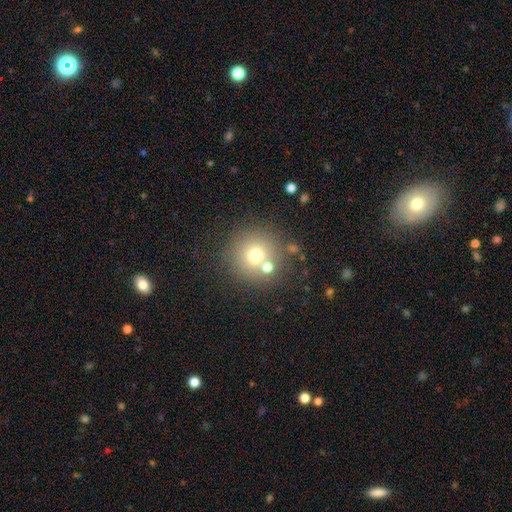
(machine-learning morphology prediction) smooth-or-featured: smooth: 68% | star or artifact: 16% | featured or disk: 16%
  how-rounded: round: 94% | in between: 5% | cigar-shaped: 1%
  merging: none: 70% | merger: 18% | minor disturbance: 8% | major disturbance: 4%